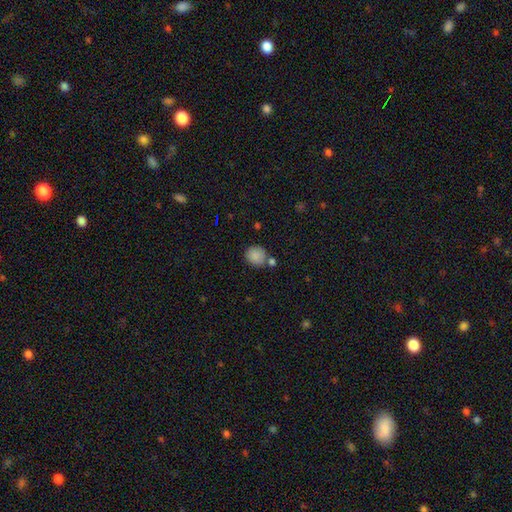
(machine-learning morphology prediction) A smooth galaxy with no disk features (87%) that is round (86%).

Vote fractions:
- Smooth or featured? smooth: 87% / star or artifact: 9% / featured or disk: 4%
- How rounded? round: 86% / in between: 13% / cigar-shaped: 1%
- Merging? none: 69% / merger: 15% / minor disturbance: 12% / major disturbance: 4%